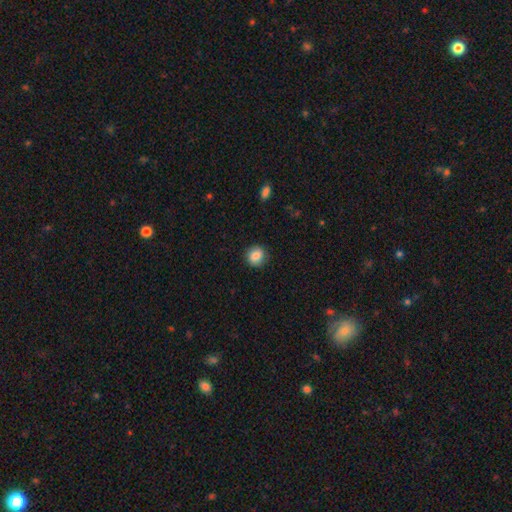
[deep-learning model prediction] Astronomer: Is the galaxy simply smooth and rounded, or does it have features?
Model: smooth — 84%.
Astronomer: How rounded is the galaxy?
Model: round — 87%.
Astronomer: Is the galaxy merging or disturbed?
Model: none — 87%.